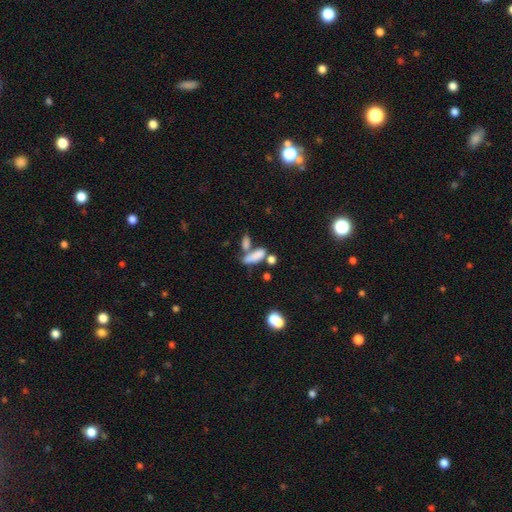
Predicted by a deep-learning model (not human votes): Morphology: type=smooth (75%); roundness=in between (57%); merging=merger (44%).